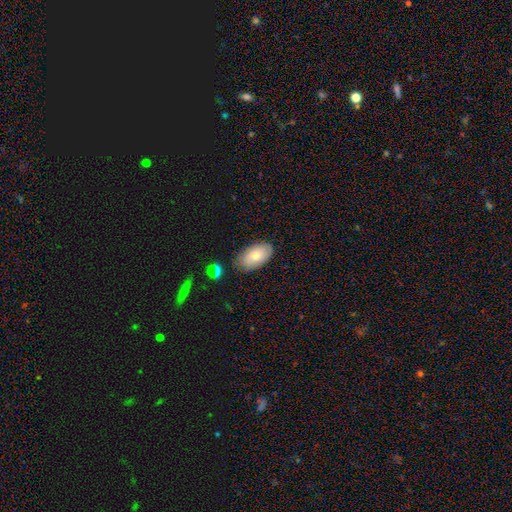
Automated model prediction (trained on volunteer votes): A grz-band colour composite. It shows a smooth galaxy with no disk features (72%) that is in between round and cigar-shaped (93%). Merging: none (82%).